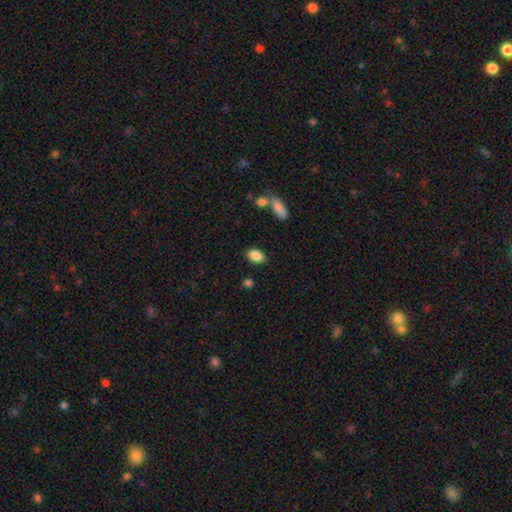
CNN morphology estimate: Smooth or featured: smooth — 87% (star or artifact — 8%)
How rounded: in between — 88% (round — 10%)
Merging: none — 84% (minor disturbance — 10%)